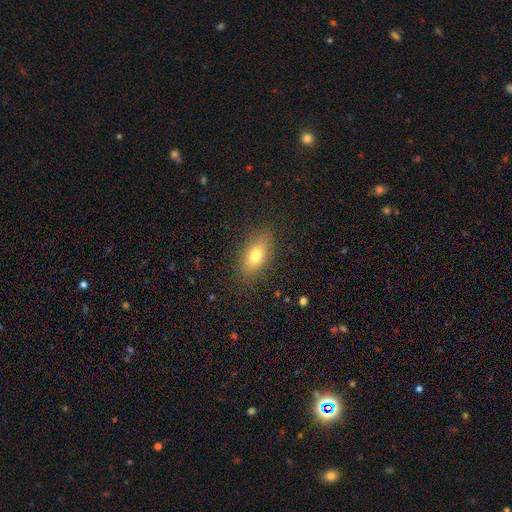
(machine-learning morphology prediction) A smooth galaxy with no disk features (75%) that is in between round and cigar-shaped (85%).

Vote fractions:
- Smooth or featured? smooth: 75% / featured or disk: 17% / star or artifact: 9%
- How rounded? in between: 85% / cigar-shaped: 9% / round: 6%
- Merging? none: 85% / minor disturbance: 10% / major disturbance: 3% / merger: 1%